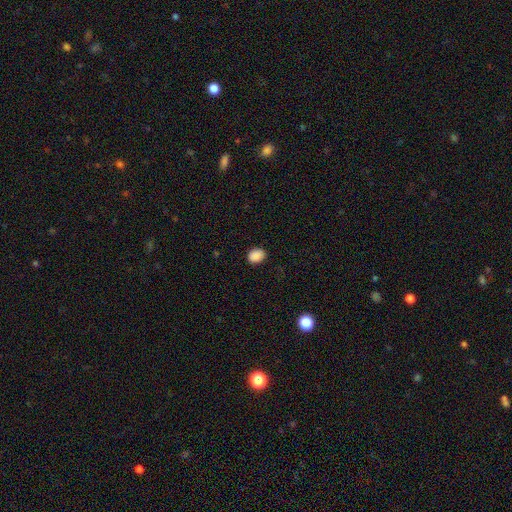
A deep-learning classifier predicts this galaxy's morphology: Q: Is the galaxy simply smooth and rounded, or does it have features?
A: smooth — 89%.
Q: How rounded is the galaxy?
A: in between — 56%.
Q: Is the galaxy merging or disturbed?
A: none — 86%.